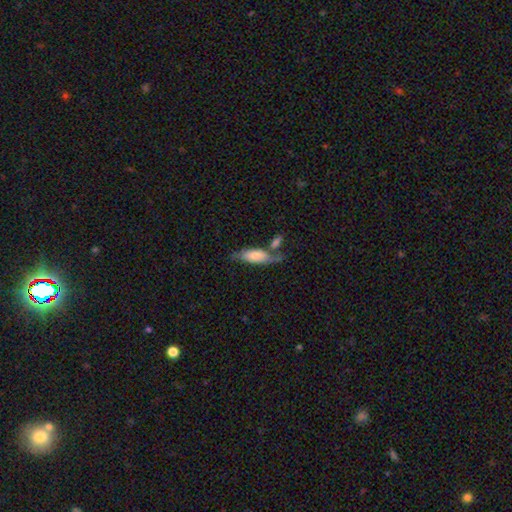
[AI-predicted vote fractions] This is likely a smooth galaxy (63%). How rounded: likely in between (65%). Merging: marginally none (36%).